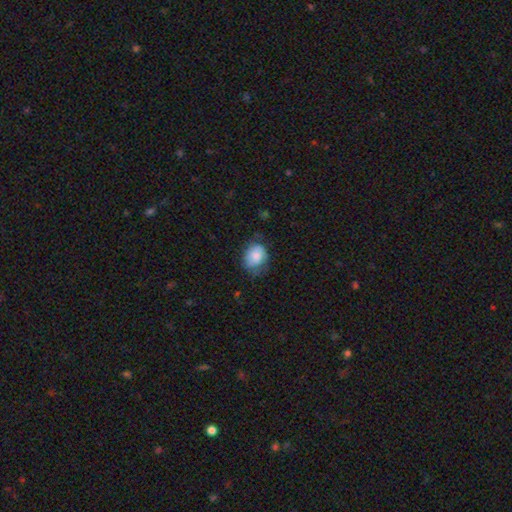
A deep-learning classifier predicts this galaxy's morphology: smooth-or-featured: smooth: 78% | featured or disk: 14% | star or artifact: 7%
  how-rounded: in between: 55% | round: 44% | cigar-shaped: 1%
  merging: none: 58% | minor disturbance: 31% | major disturbance: 10% | merger: 1%